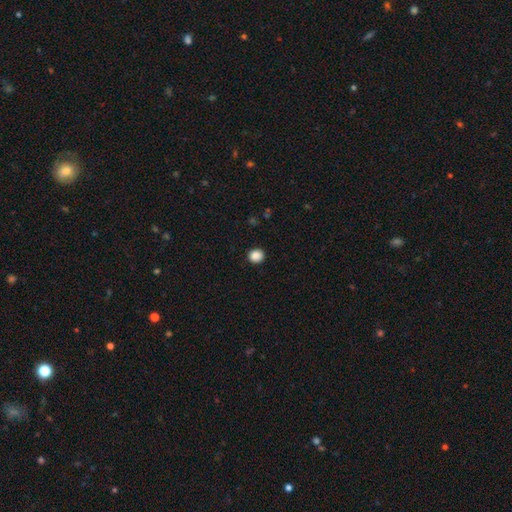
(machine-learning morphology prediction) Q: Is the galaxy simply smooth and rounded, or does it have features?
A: smooth — 88%.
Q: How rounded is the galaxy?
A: round — 82%.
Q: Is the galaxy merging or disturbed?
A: none — 91%.